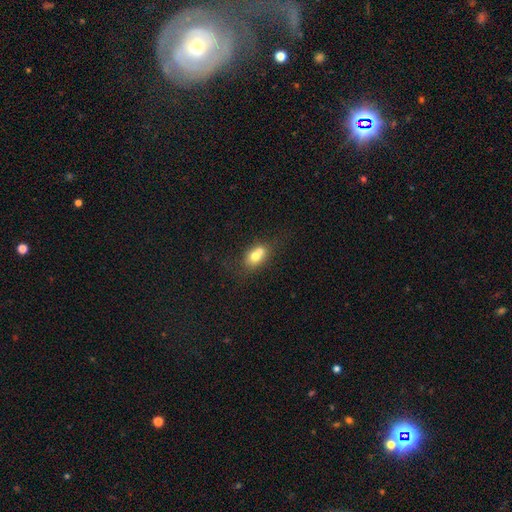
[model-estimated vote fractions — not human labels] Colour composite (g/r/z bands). It shows a smooth galaxy with no disk features (68%) that is in between round and cigar-shaped (66%). Merging: merger (49%).